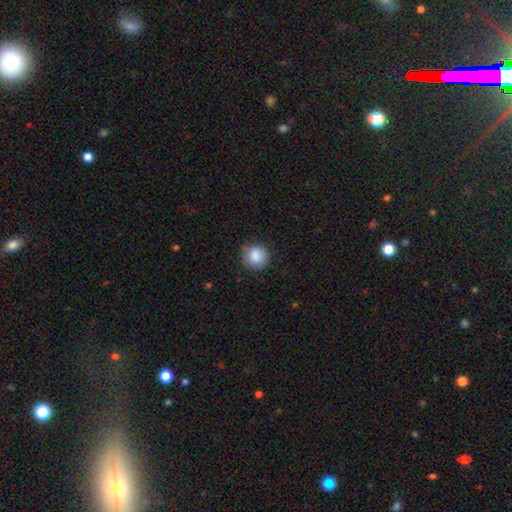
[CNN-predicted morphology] Smooth or featured? Predicted: smooth (p=0.87). How rounded? Predicted: round (p=0.90). Merging? Predicted: none (p=0.78).